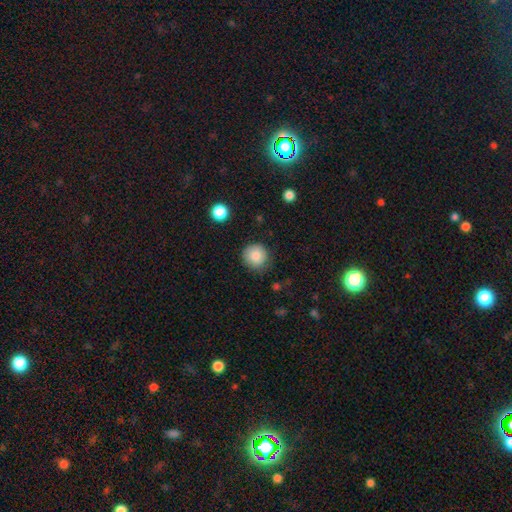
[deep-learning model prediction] Overall: smooth (85%). How rounded: round (94%). Merging: none (83%).